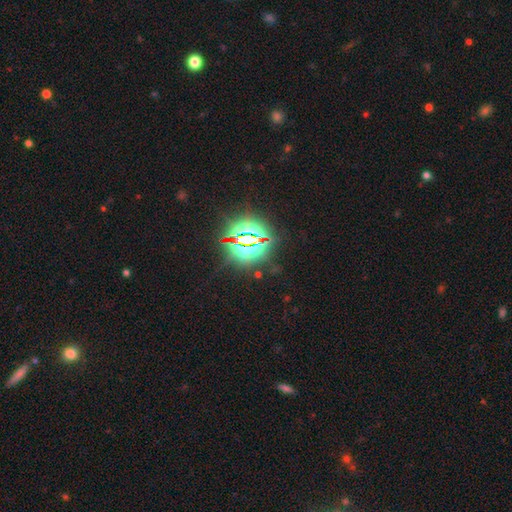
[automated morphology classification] This is clearly a star or artifact rather than a galaxy (85%).